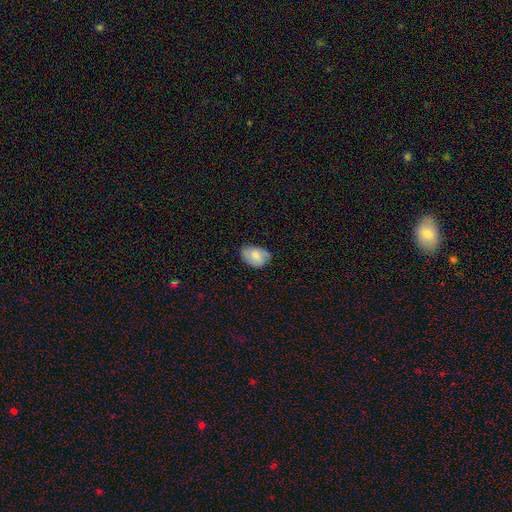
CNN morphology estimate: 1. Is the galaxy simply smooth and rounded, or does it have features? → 61% smooth, 31% featured or disk, 7% star or artifact.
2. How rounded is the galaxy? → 82% in between, 17% round, 1% cigar-shaped.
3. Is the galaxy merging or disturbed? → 68% none, 26% minor disturbance, 5% major disturbance, 1% merger.